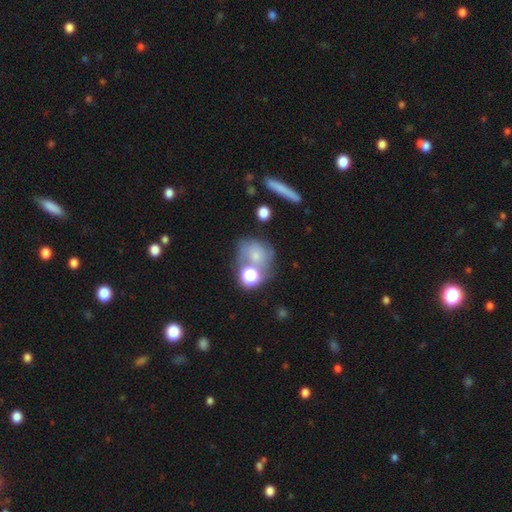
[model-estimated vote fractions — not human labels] smooth_or_featured: smooth (p=0.60) [alt: featured or disk p=0.24]
how_rounded: round (p=0.66) [alt: in between p=0.32]
merging: none (p=0.40) [alt: merger p=0.27]